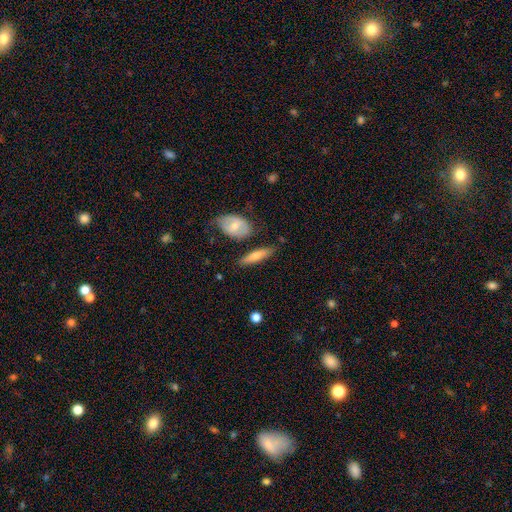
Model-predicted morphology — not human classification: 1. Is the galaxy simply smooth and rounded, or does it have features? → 68% smooth, 26% featured or disk, 6% star or artifact.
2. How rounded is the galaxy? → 58% cigar-shaped, 39% in between, 3% round.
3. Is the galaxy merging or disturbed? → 75% none, 15% minor disturbance, 7% merger, 3% major disturbance.